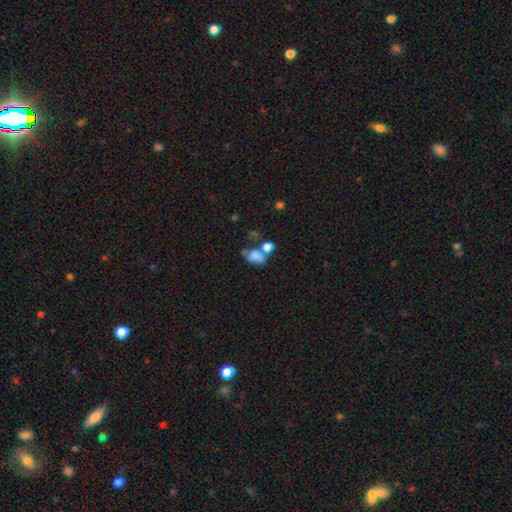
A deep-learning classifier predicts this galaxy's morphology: Smooth or featured: smooth — 69% (featured or disk — 18%)
How rounded: in between — 75% (round — 23%)
Merging: merger — 42% (none — 26%)